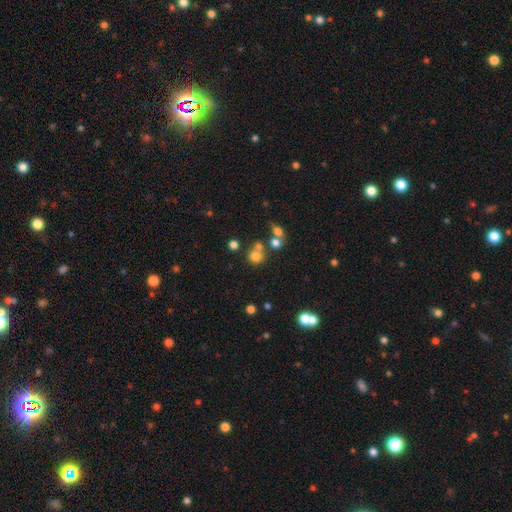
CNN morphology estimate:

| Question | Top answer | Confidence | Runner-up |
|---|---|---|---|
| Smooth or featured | smooth | 71% | star or artifact (18%) |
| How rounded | round | 86% | in between (13%) |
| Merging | none | 54% | merger (32%) |